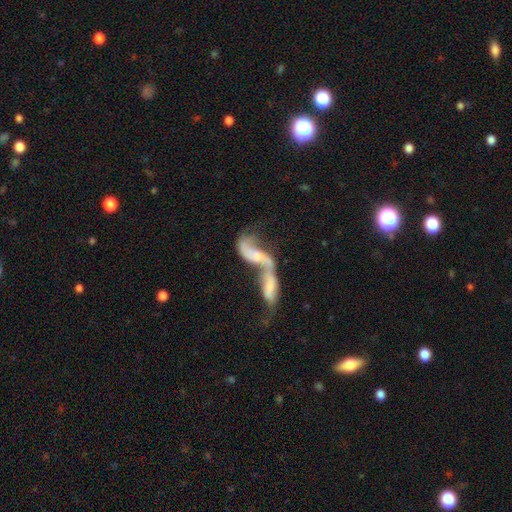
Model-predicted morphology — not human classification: smooth_or_featured: featured or disk (p=0.69) [alt: smooth p=0.19]
disk_edge_on: no (p=0.86) [alt: yes p=0.14]
bar: no (p=0.54) [alt: weak p=0.30]
has_spiral_arms: yes (p=0.76) [alt: no p=0.24]
bulge_size: small (p=0.42) [alt: none p=0.29]
merging: merger (p=0.68) [alt: none p=0.15]